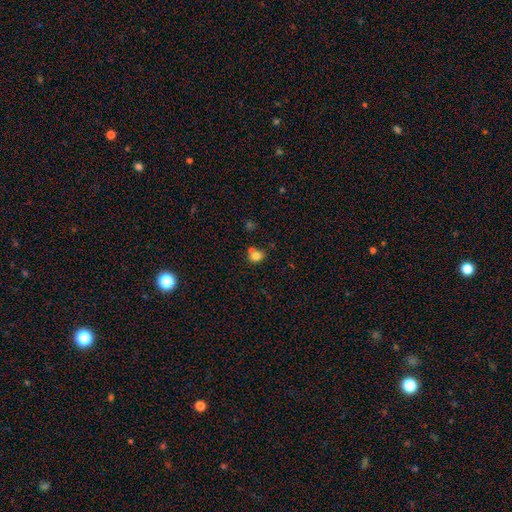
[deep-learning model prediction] This appears to be a smooth galaxy with no disk features (77%) that is round (73%). Merging: none (49%).